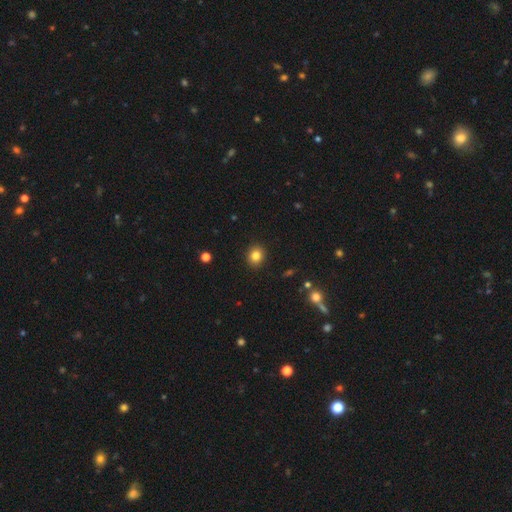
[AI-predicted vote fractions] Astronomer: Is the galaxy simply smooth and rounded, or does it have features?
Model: smooth — 83%.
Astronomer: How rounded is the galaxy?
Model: round — 75%.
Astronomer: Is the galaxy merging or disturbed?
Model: none — 91%.